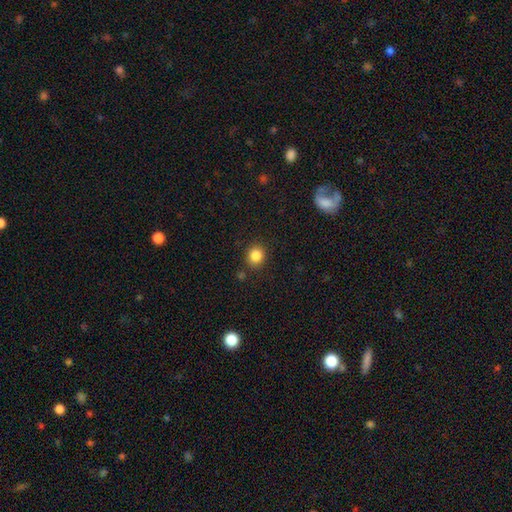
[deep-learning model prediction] Q: Smooth or featured?
A: smooth (85%); runner-up: star or artifact (11%)
Q: How rounded?
A: round (84%); runner-up: in between (15%)
Q: Merging?
A: none (88%); runner-up: minor disturbance (7%)